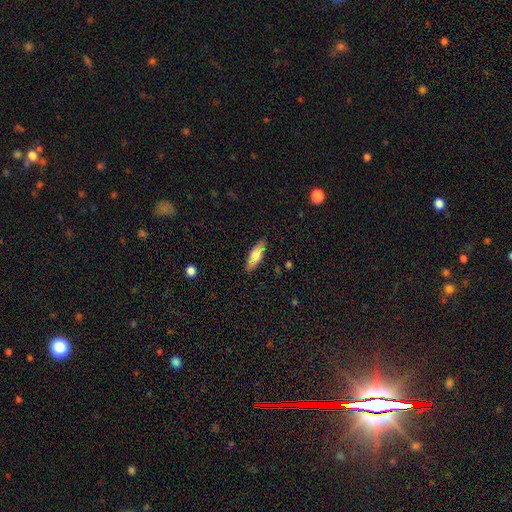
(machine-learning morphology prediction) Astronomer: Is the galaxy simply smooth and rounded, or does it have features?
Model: smooth — 73%.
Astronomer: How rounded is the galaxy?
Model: in between — 52% (runner-up: cigar-shaped, 46%).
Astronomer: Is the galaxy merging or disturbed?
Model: none — 85%.